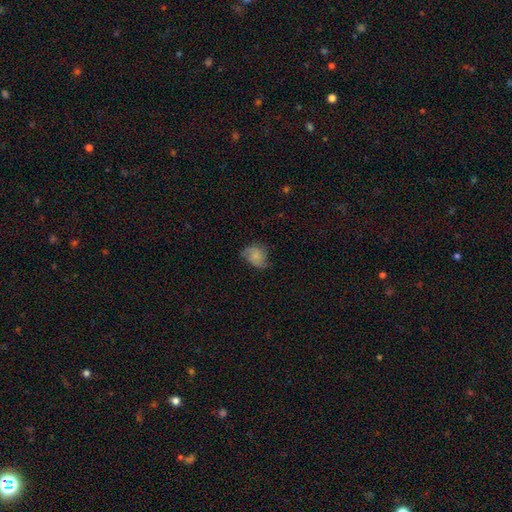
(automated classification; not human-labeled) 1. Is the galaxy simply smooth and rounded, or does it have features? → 59% smooth, 32% featured or disk, 9% star or artifact.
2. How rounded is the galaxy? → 57% in between, 42% round, 1% cigar-shaped.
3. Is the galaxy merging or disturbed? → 52% none, 33% minor disturbance, 14% major disturbance, 1% merger.